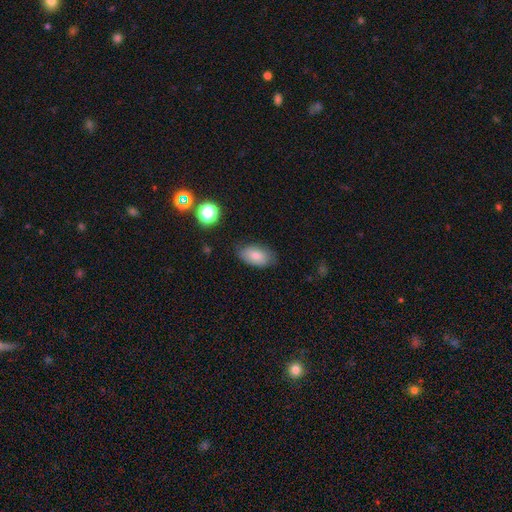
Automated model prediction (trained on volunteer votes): Q: Smooth or featured?
A: smooth (81%); runner-up: featured or disk (11%)
Q: How rounded?
A: in between (93%); runner-up: round (5%)
Q: Merging?
A: none (77%); runner-up: minor disturbance (18%)